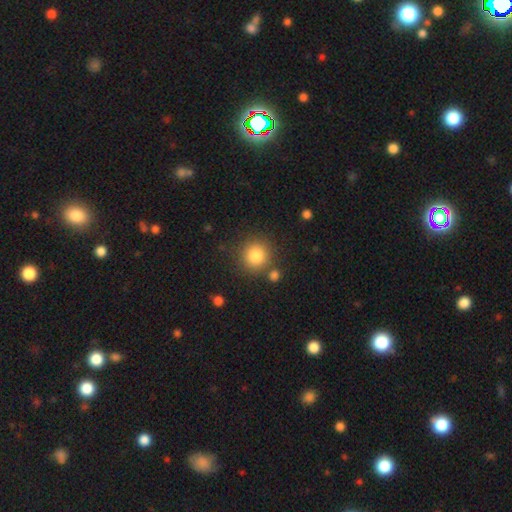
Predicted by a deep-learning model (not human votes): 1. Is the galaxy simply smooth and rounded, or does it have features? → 84% smooth, 10% star or artifact, 6% featured or disk.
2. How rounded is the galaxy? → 92% round, 7% in between, 1% cigar-shaped.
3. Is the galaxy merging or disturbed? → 80% none, 9% minor disturbance, 8% merger, 4% major disturbance.